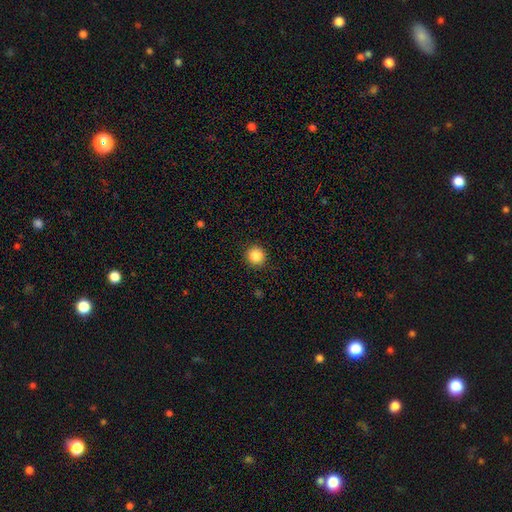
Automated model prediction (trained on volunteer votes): This is clearly a smooth galaxy (87%). How rounded: clearly round (93%). Merging: clearly none (91%).